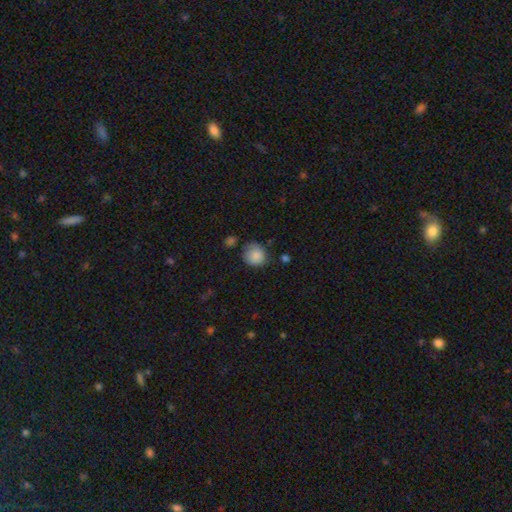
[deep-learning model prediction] This is clearly a smooth galaxy (86%). How rounded: clearly round (82%). Merging: likely none (63%).